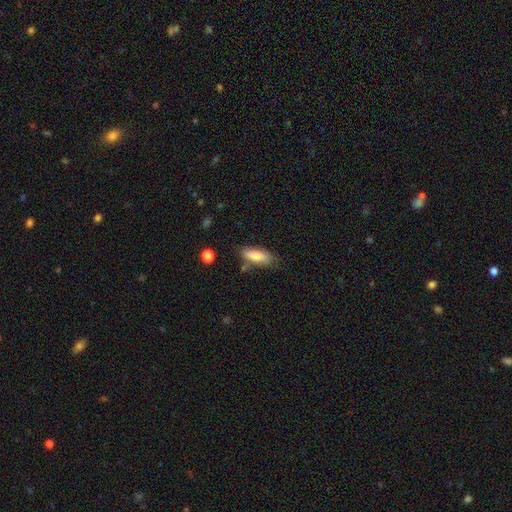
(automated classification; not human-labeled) This appears to be a smooth galaxy with no disk features (78%) that is in between round and cigar-shaped (65%). Merging: none (72%).